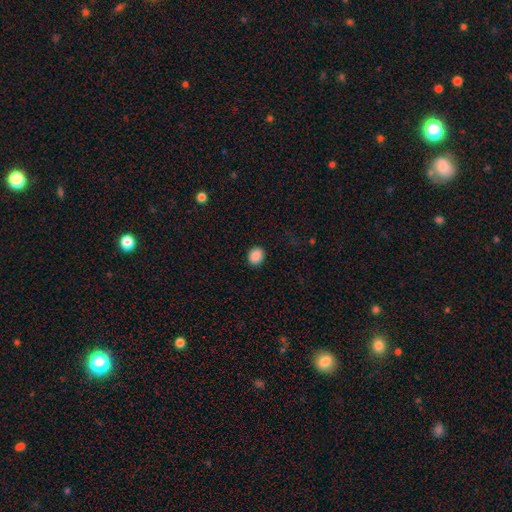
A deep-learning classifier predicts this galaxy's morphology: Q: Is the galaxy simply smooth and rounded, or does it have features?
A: smooth — 89%.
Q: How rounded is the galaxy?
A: round — 60%.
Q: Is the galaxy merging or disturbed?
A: none — 91%.